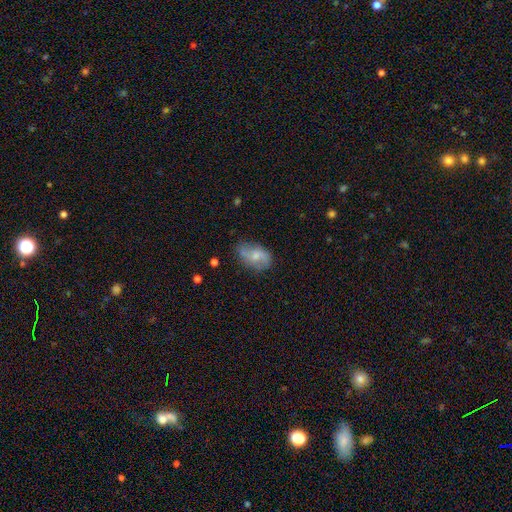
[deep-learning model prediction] A featured or disk galaxy (57%) with no bar (50%), spiral arms (85%) and a moderate central bulge (44%). Merging: none (70%).